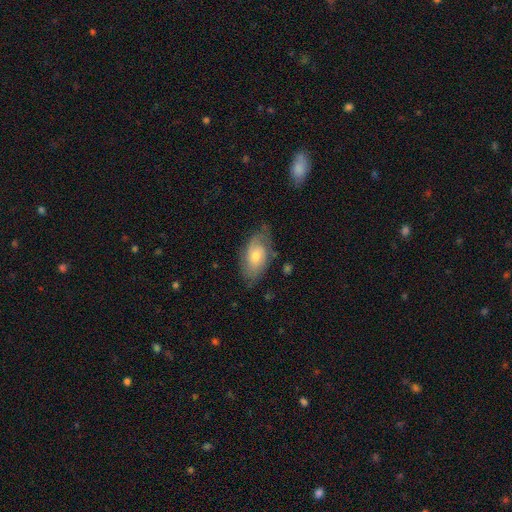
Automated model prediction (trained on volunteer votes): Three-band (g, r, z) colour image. It shows a featured or disk galaxy (50%). Merging: none (65%).